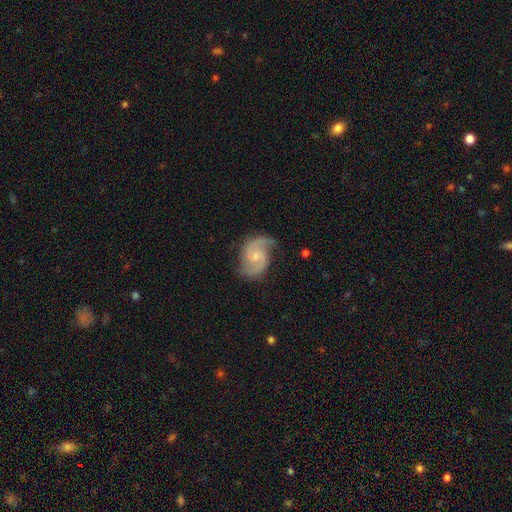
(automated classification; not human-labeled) Smooth or featured?
  - featured or disk: 88% *
  - smooth: 7%
  - star or artifact: 5%
Edge-on disk?
  - no: 98% *
  - yes: 2%
Bar?
  - no: 54% *
  - weak: 40%
  - strong: 6%
Spiral arms?
  - yes: 98% *
  - no: 2%
Spiral winding?
  - medium: 57% *
  - loose: 22%
  - tight: 21%
Spiral arm count?
  - 2: 92% *
  - can't tell: 3%
  - 1: 2%
  - 3: 2%
  - 4: 1%
  - more than 4: 1%
Bulge size?
  - small: 59% *
  - moderate: 28%
  - none: 11%
  - large: 2%
  - dominant: 1%
Merging?
  - none: 75% *
  - minor disturbance: 18%
  - major disturbance: 6%
  - merger: 1%